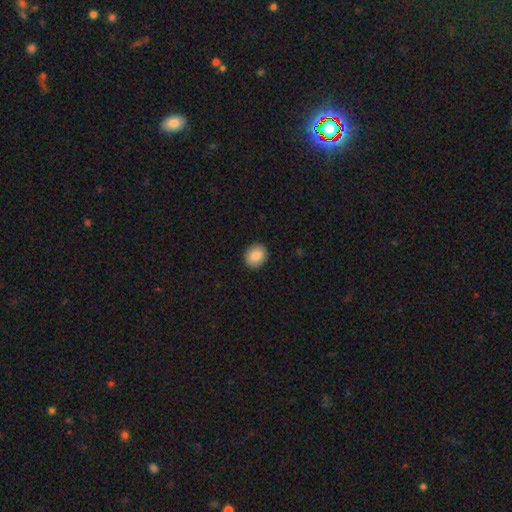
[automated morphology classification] Q: Smooth or featured?
A: smooth (88%); runner-up: star or artifact (7%)
Q: How rounded?
A: round (63%); runner-up: in between (36%)
Q: Merging?
A: none (91%); runner-up: minor disturbance (6%)